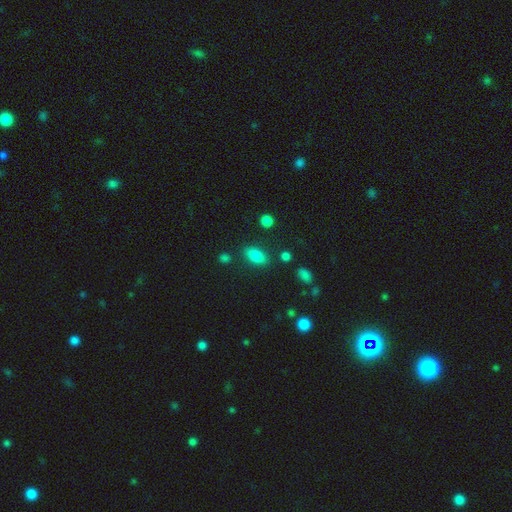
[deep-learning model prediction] This appears to be a smooth galaxy with no disk features (82%) that is in between round and cigar-shaped (87%). Merging: none (80%).